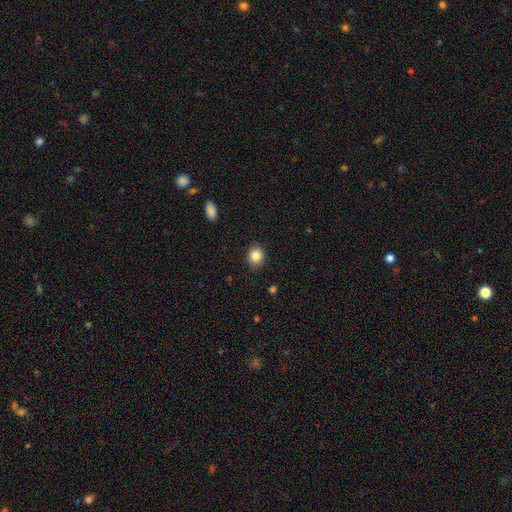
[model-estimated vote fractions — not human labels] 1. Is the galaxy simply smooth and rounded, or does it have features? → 85% smooth, 10% star or artifact, 5% featured or disk.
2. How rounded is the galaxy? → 68% round, 31% in between, 1% cigar-shaped.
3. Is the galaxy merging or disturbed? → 88% none, 9% minor disturbance, 2% major disturbance, 1% merger.